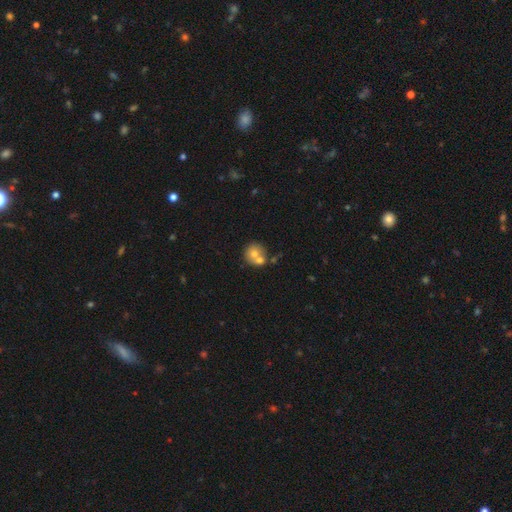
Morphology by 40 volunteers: This is likely a smooth galaxy (70%). How rounded: likely round (75%). Merging: possibly merger (57%).